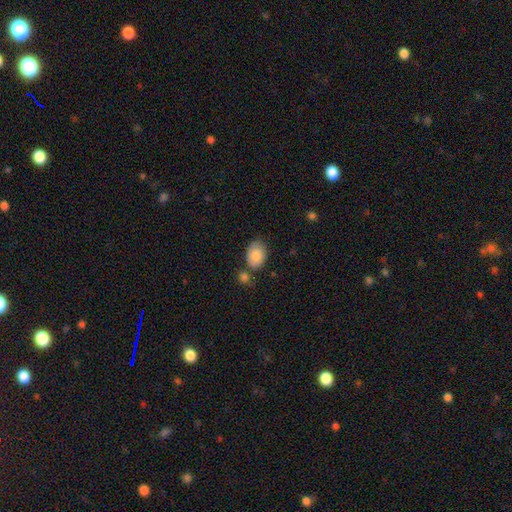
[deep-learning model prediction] This is clearly a smooth galaxy (86%). How rounded: clearly in between (83%). Merging: likely none (63%).